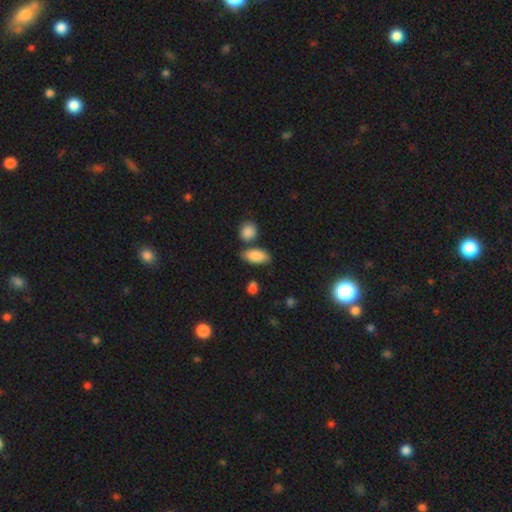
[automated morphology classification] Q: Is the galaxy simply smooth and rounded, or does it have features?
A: smooth — 87%.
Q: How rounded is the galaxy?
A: in between — 90%.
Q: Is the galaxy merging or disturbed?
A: none — 71%.